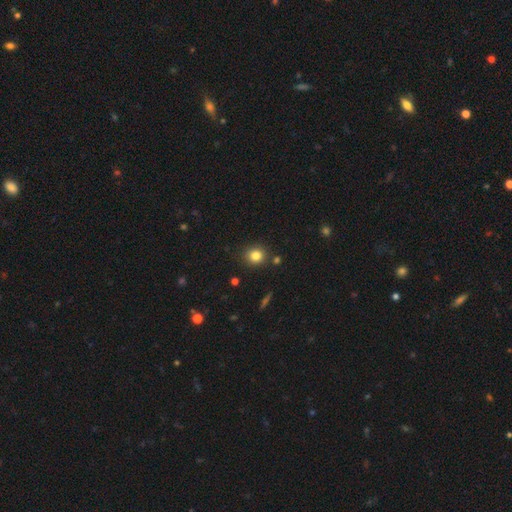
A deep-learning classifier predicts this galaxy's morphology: Q: Smooth or featured?
A: smooth (83%); runner-up: star or artifact (11%)
Q: How rounded?
A: round (83%); runner-up: in between (16%)
Q: Merging?
A: none (86%); runner-up: minor disturbance (8%)